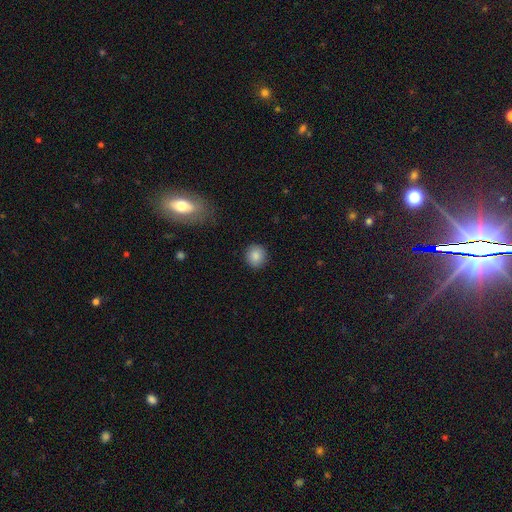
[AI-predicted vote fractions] Smooth or featured?
  - smooth: 86% *
  - star or artifact: 9%
  - featured or disk: 5%
How rounded?
  - round: 90% *
  - in between: 9%
  - cigar-shaped: 1%
Merging?
  - none: 91% *
  - minor disturbance: 6%
  - major disturbance: 2%
  - merger: 1%